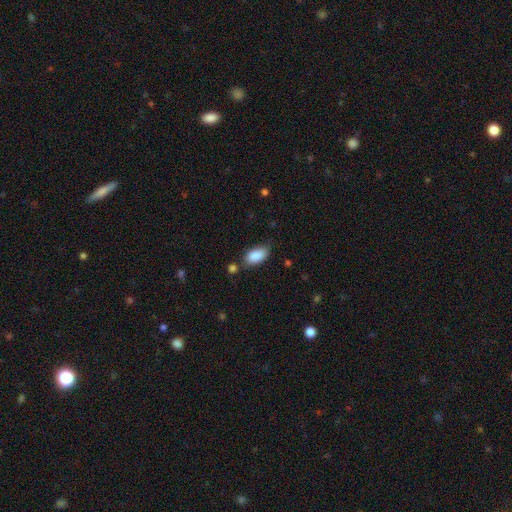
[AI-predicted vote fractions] Morphology: type=smooth (88%); roundness=in between (93%); merging=none (68%).